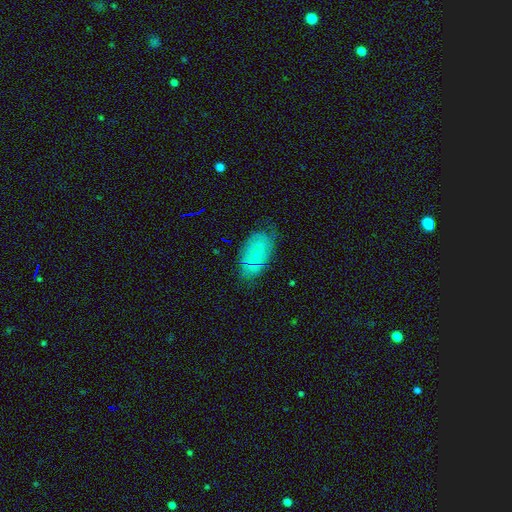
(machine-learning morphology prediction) A featured or disk galaxy (48%).

Vote fractions:
- Smooth or featured? featured or disk: 48% / smooth: 43% / star or artifact: 8%
- Merging? none: 68% / minor disturbance: 24% / major disturbance: 6% / merger: 1%